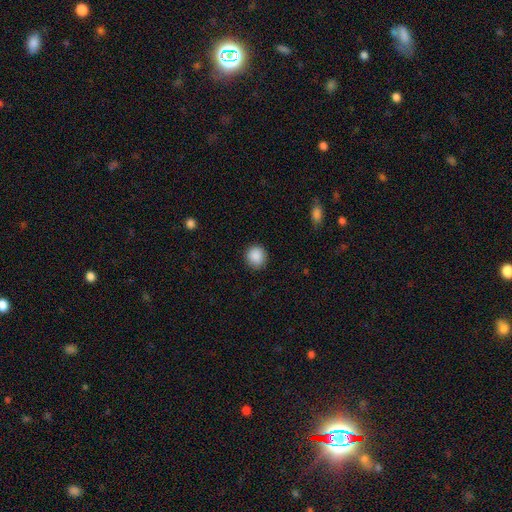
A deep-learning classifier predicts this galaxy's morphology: The model was most divided on "how rounded": round: 90%, in between: 9%, cigar-shaped: 1%. More confident: merging — none (90%); smooth or featured — smooth (89%).